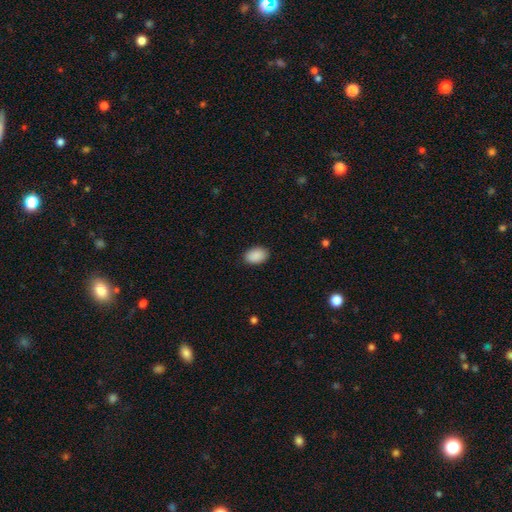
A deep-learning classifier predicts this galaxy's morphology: Overall: smooth (91%). How rounded: in between (90%). Merging: none (88%).